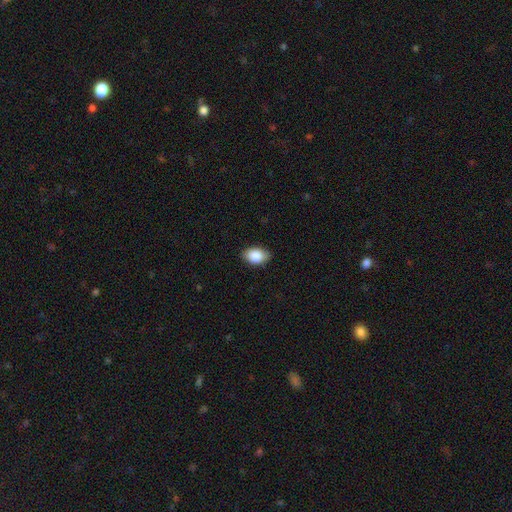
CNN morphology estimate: smooth_or_featured: smooth (p=0.87) [alt: star or artifact p=0.07]
how_rounded: in between (p=0.87) [alt: round p=0.12]
merging: none (p=0.84) [alt: minor disturbance p=0.13]